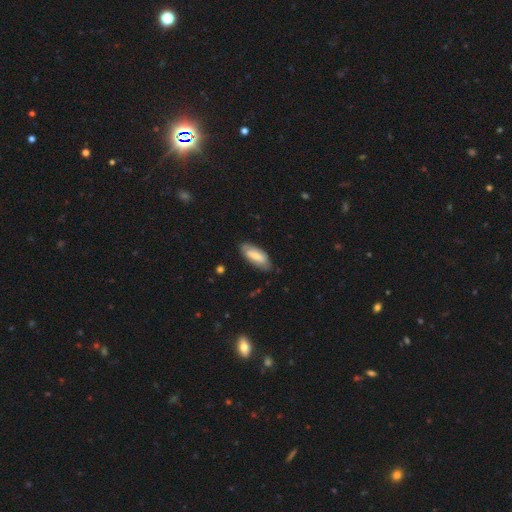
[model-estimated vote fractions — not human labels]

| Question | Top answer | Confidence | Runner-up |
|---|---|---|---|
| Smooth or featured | smooth | 66% | featured or disk (27%) |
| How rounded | in between | 81% | cigar-shaped (18%) |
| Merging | none | 74% | minor disturbance (20%) |